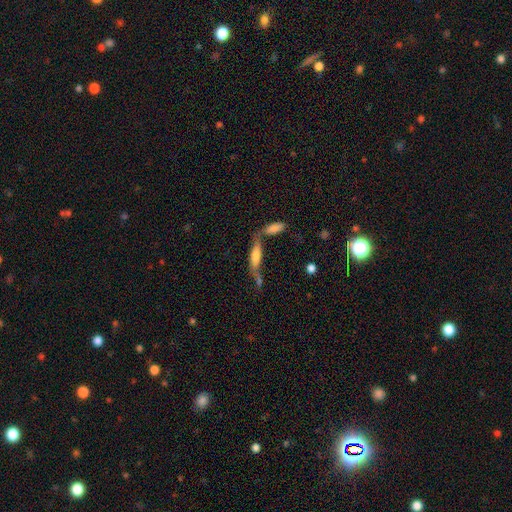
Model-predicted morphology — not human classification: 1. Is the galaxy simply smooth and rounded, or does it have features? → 62% smooth, 30% featured or disk, 8% star or artifact.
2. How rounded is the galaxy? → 62% cigar-shaped, 36% in between, 2% round.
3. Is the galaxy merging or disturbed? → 40% merger, 37% none, 15% minor disturbance, 8% major disturbance.